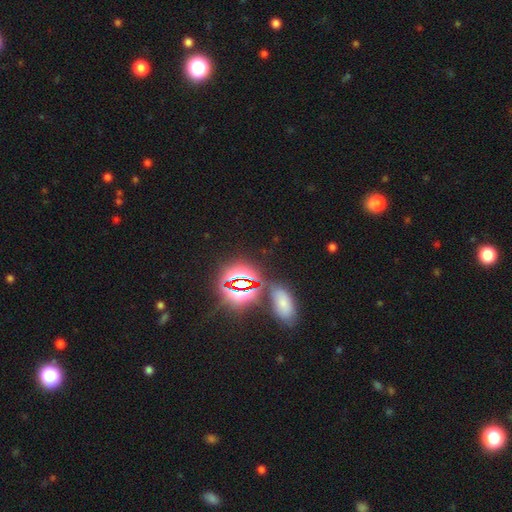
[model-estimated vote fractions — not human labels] Overall: star or artifact (65%).